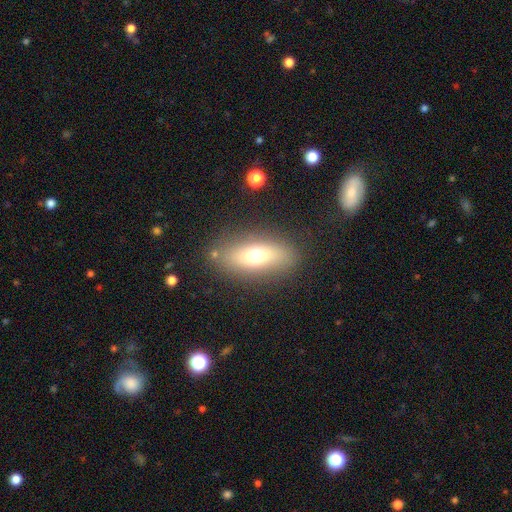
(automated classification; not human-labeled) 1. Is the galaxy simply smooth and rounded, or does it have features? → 64% smooth, 27% featured or disk, 10% star or artifact.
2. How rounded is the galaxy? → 75% in between, 18% cigar-shaped, 7% round.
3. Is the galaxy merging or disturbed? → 83% none, 11% minor disturbance, 4% major disturbance, 2% merger.